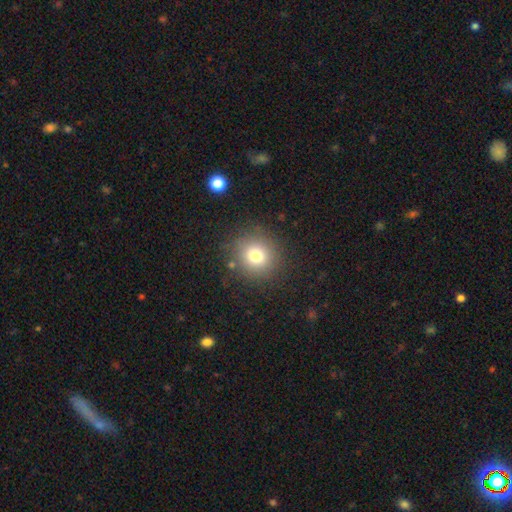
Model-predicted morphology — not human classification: Smooth or featured?
  - smooth: 75% *
  - star or artifact: 14%
  - featured or disk: 11%
How rounded?
  - round: 89% *
  - in between: 10%
  - cigar-shaped: 1%
Merging?
  - none: 85% *
  - minor disturbance: 9%
  - major disturbance: 4%
  - merger: 2%